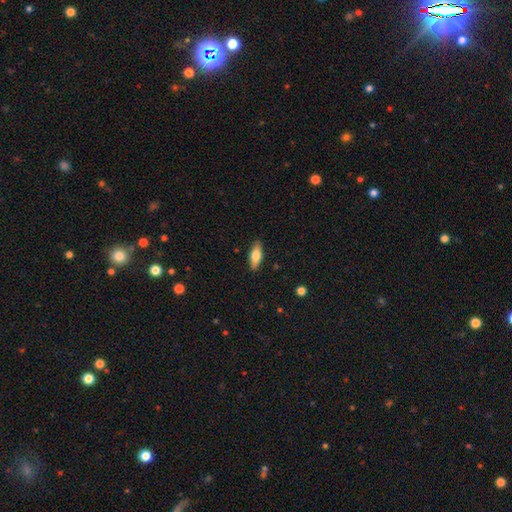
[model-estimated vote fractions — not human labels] Overall: smooth (69%). How rounded: in between (67%; cigar-shaped 31%). Merging: none (88%).